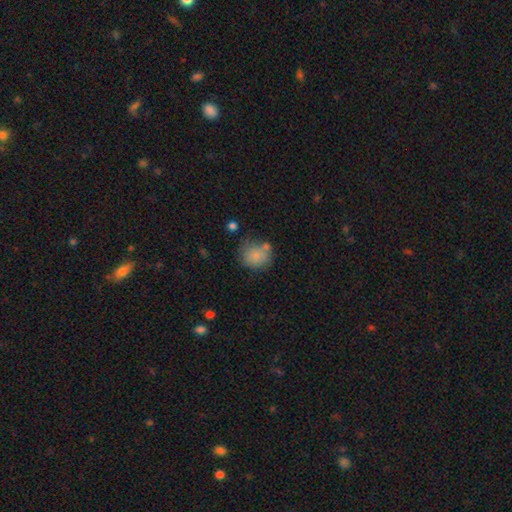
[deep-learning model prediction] smooth_or_featured: smooth (p=0.78) [alt: featured or disk p=0.13]
how_rounded: round (p=0.78) [alt: in between p=0.21]
merging: none (p=0.54) [alt: minor disturbance p=0.23]